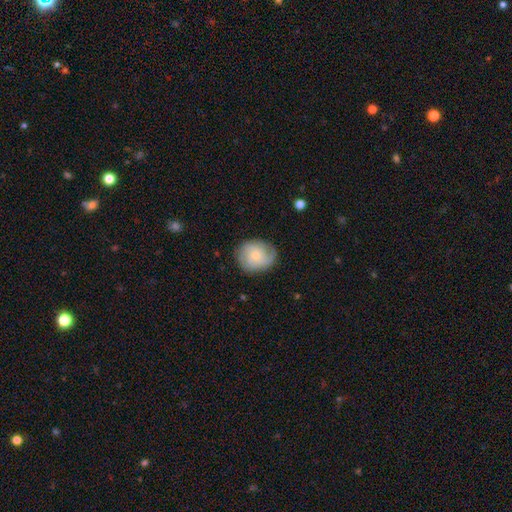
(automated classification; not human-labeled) A featured or disk galaxy (57%) with no bar (77%), spiral arms (89%) and a small central bulge (69%).

Vote fractions:
- Smooth or featured? featured or disk: 57% / smooth: 36% / star or artifact: 7%
- Edge-on disk? no: 97% / yes: 3%
- Bar? no: 77% / weak: 20% / strong: 3%
- Spiral arms? yes: 89% / no: 11%
- Bulge size? small: 69% / moderate: 26% / none: 2% / large: 1% / dominant: 1%
- Merging? none: 78% / minor disturbance: 16% / major disturbance: 5% / merger: 1%